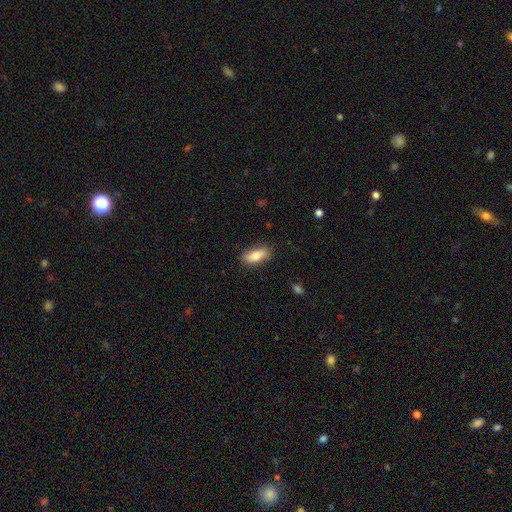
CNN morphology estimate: Overall: smooth (80%). How rounded: in between (77%). Merging: none (83%).